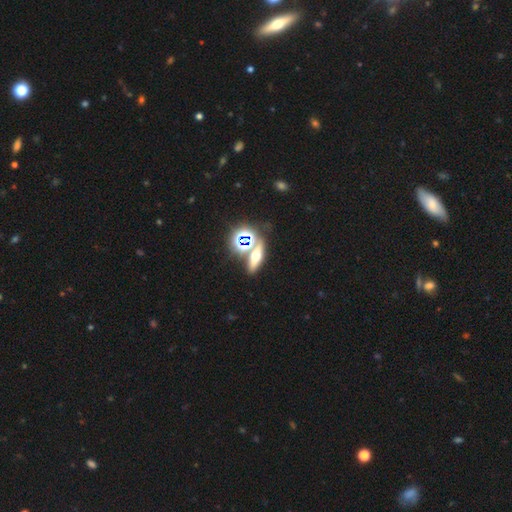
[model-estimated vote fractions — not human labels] Morphology: type=smooth (37%); merging=none (69%).